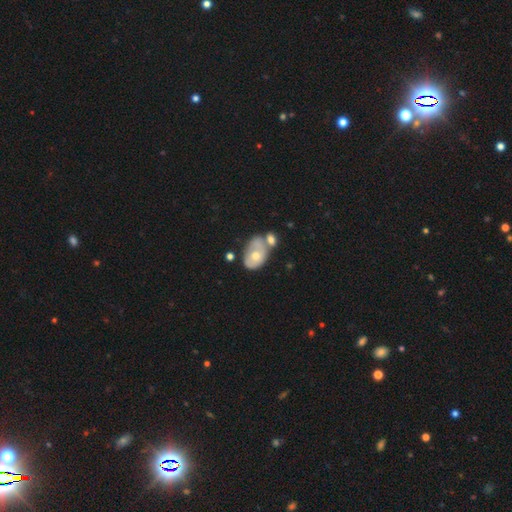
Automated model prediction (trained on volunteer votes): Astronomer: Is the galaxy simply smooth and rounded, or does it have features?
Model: smooth — 50% (runner-up: featured or disk, 43%).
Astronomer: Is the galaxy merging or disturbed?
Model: merger — 39% (runner-up: none, 37%).